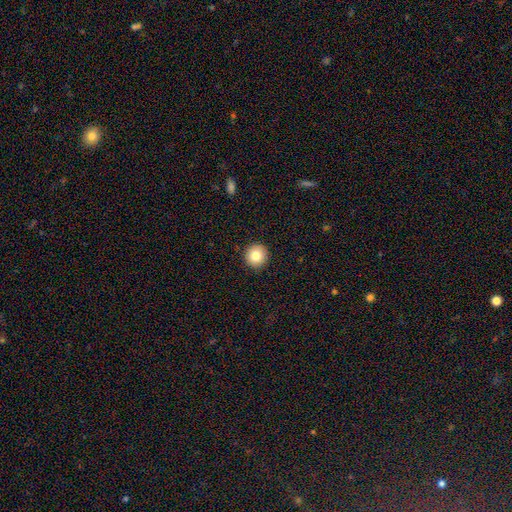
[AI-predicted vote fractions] smooth_or_featured: smooth (p=0.82) [alt: star or artifact p=0.10]
how_rounded: round (p=0.95) [alt: in between p=0.04]
merging: none (p=0.92) [alt: minor disturbance p=0.05]